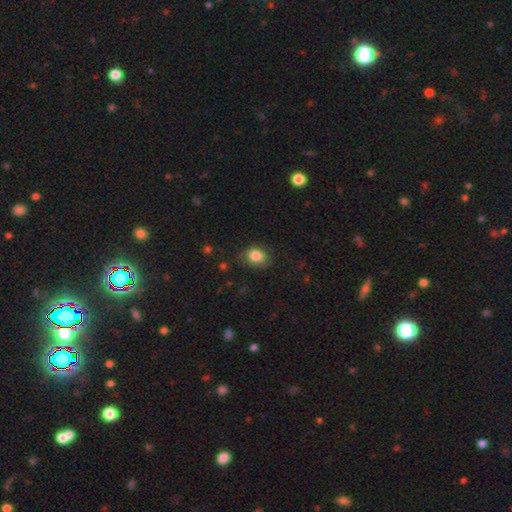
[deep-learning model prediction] Smooth or featured? Predicted: smooth (p=0.83). How rounded? Predicted: in between (p=0.54). Merging? Predicted: none (p=0.71).